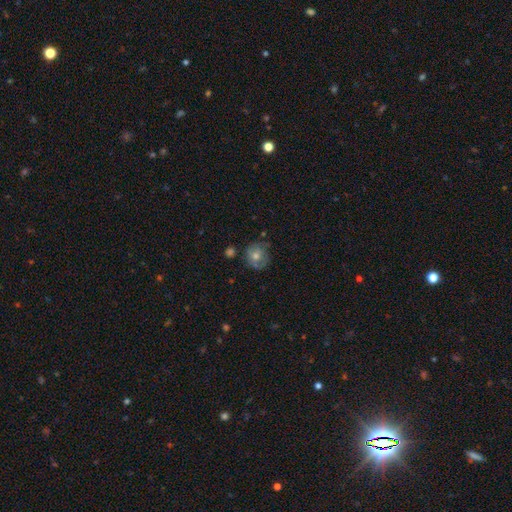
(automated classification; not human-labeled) Smooth or featured?
  - smooth: 54% *
  - featured or disk: 33%
  - star or artifact: 13%
How rounded?
  - round: 81% *
  - in between: 18%
  - cigar-shaped: 1%
Merging?
  - none: 67% *
  - minor disturbance: 22%
  - major disturbance: 8%
  - merger: 4%